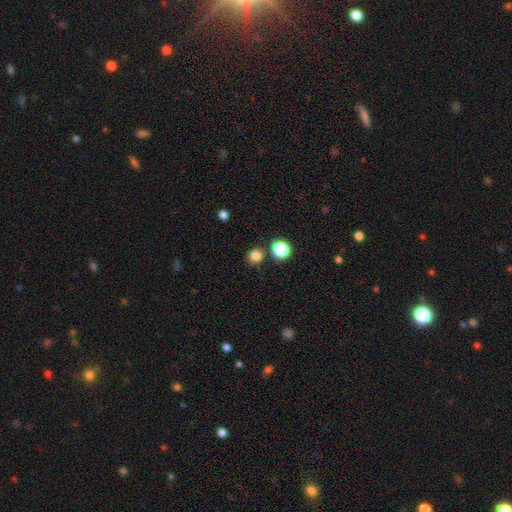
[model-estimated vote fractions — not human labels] A smooth galaxy with no disk features (80%) that is round (84%). Merging: none (83%).